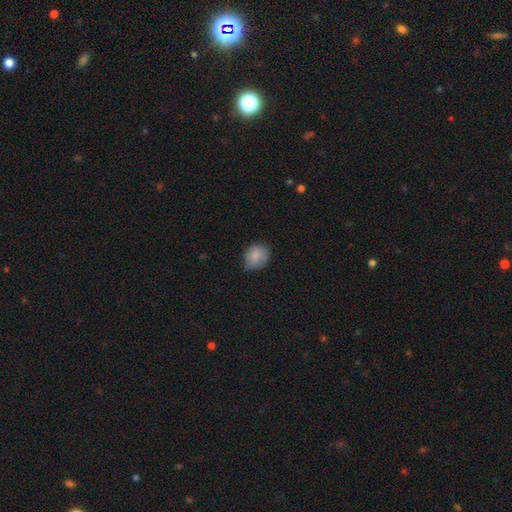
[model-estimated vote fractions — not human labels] This appears to be a smooth galaxy with no disk features (82%) that is round (64%). Merging: none (64%).